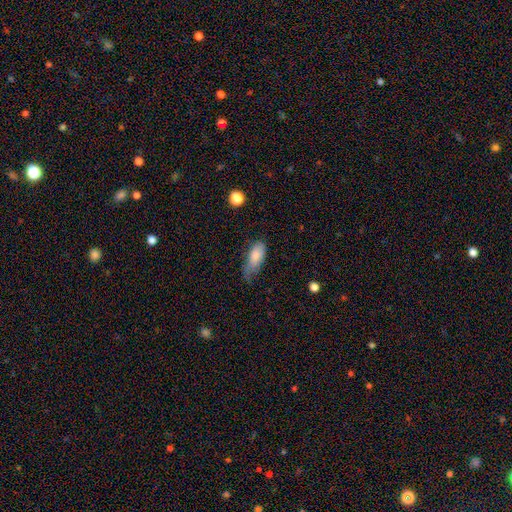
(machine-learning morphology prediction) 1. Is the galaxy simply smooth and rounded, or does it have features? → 81% smooth, 12% featured or disk, 7% star or artifact.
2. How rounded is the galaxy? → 81% in between, 16% cigar-shaped, 3% round.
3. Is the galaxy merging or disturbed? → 43% minor disturbance, 35% none, 20% major disturbance, 2% merger.